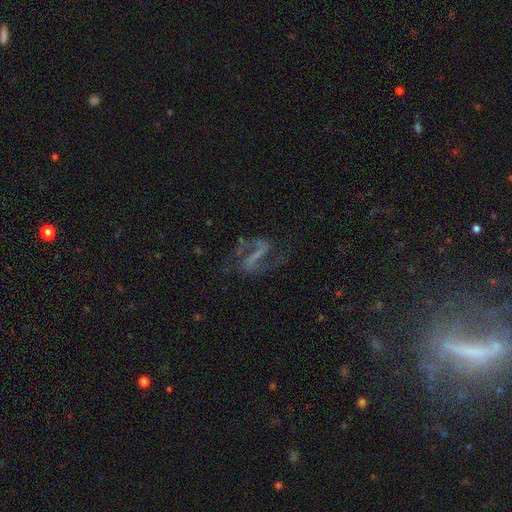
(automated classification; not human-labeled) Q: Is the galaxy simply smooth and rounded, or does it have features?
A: featured or disk — 81%.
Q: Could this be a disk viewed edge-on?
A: no — 96%.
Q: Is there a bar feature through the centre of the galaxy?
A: strong — 60%.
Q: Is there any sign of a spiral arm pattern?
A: yes — 92%.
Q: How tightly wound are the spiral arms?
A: loose — 52%.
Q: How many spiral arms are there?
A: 2 — 91%.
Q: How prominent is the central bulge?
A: none — 66%.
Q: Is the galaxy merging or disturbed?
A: none — 66%.